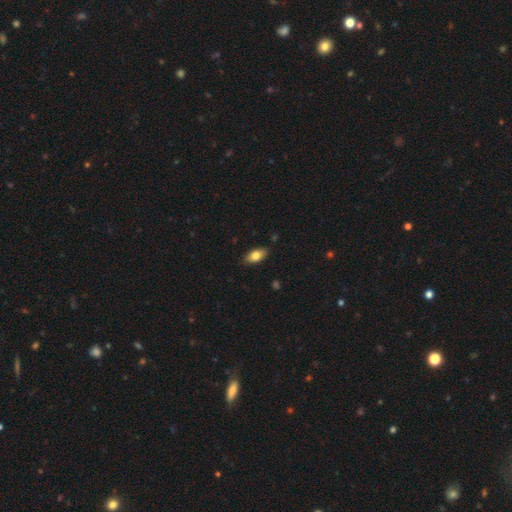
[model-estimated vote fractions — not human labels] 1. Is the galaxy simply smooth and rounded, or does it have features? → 79% smooth, 14% featured or disk, 7% star or artifact.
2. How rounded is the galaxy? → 90% in between, 7% cigar-shaped, 4% round.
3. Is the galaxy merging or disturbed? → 85% none, 12% minor disturbance, 2% major disturbance, 1% merger.